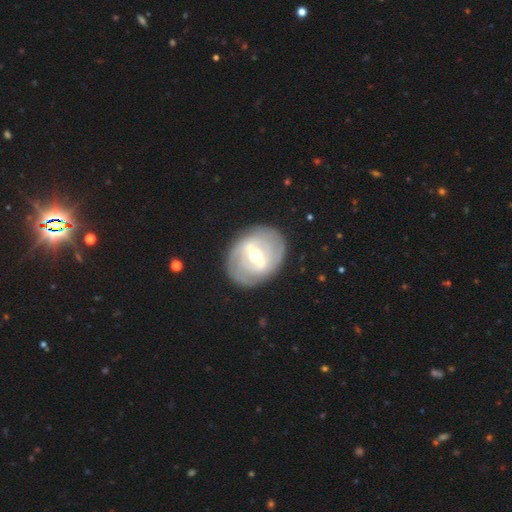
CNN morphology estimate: This appears to be a featured or disk galaxy (79%) with a strong bar (52%), 2 (46%) tight (56%) spiral arms (69%) and a moderate central bulge (68%). Merging: none (82%).